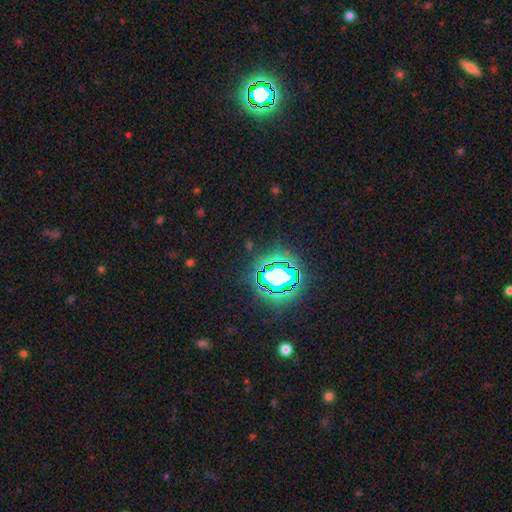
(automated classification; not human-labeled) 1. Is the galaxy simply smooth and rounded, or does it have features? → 80% star or artifact, 13% smooth, 8% featured or disk.